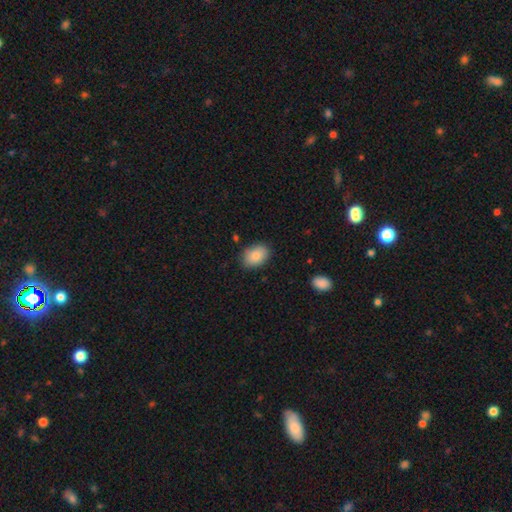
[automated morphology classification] This appears to be a smooth galaxy with no disk features (86%) that is in between round and cigar-shaped (85%). Merging: none (84%).